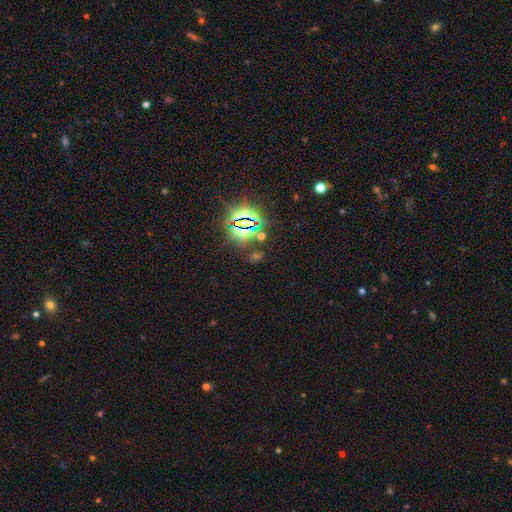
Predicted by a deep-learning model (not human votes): Smooth or featured?
  - star or artifact: 77% *
  - smooth: 15%
  - featured or disk: 8%